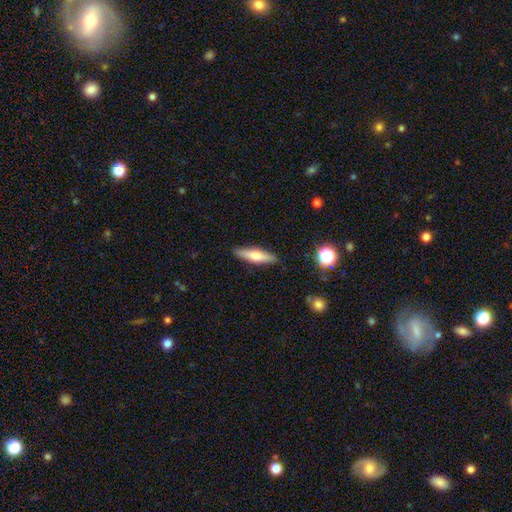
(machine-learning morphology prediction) Q: Smooth or featured?
A: smooth (54%); runner-up: featured or disk (39%)
Q: How rounded?
A: cigar-shaped (74%); runner-up: in between (23%)
Q: Merging?
A: none (89%); runner-up: minor disturbance (8%)